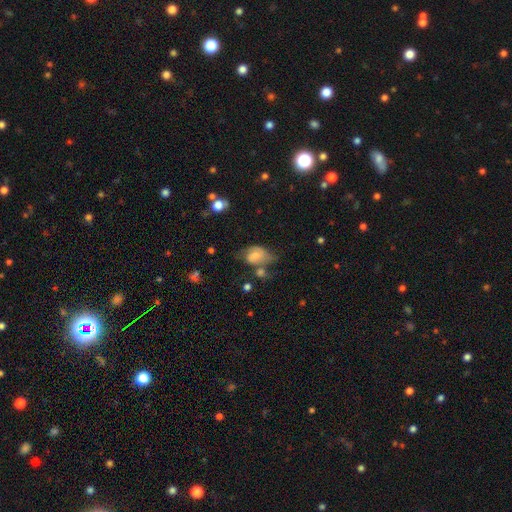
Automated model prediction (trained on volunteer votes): Smooth or featured?
  - smooth: 49% *
  - featured or disk: 41%
  - star or artifact: 10%
Merging?
  - none: 36% *
  - minor disturbance: 30%
  - major disturbance: 19%
  - merger: 15%